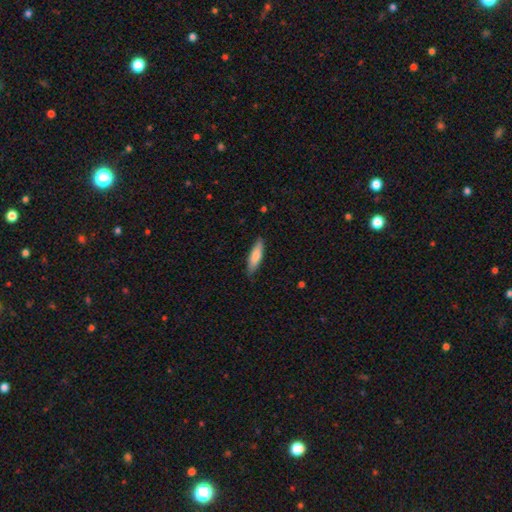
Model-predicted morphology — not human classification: Smooth or featured: smooth — 77% (featured or disk — 18%)
How rounded: cigar-shaped — 66% (in between — 33%)
Merging: none — 84% (minor disturbance — 13%)